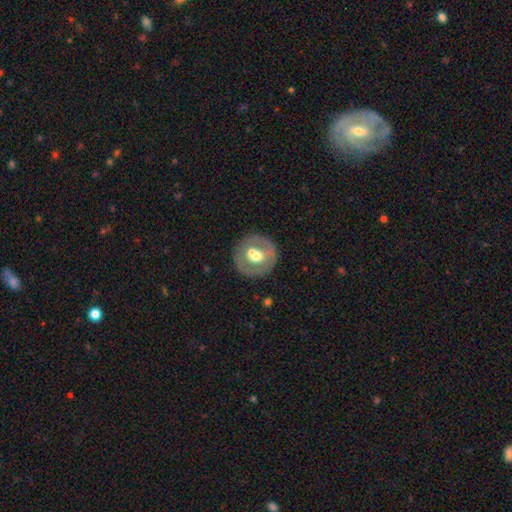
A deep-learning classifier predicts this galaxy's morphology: Overall: featured or disk (49%; smooth 45%). Merging: none (74%).